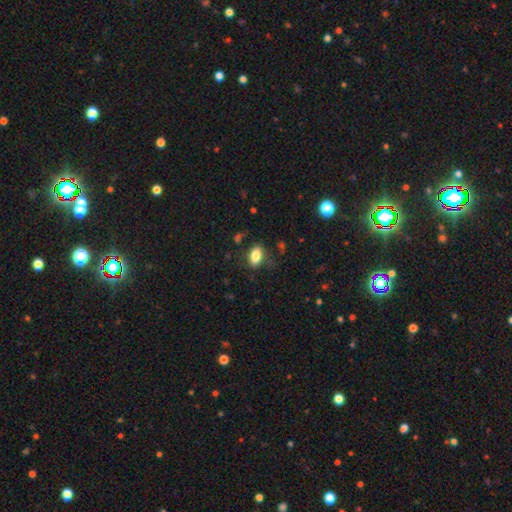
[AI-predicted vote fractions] Morphology: type=smooth (82%); roundness=in between (89%); merging=none (76%).